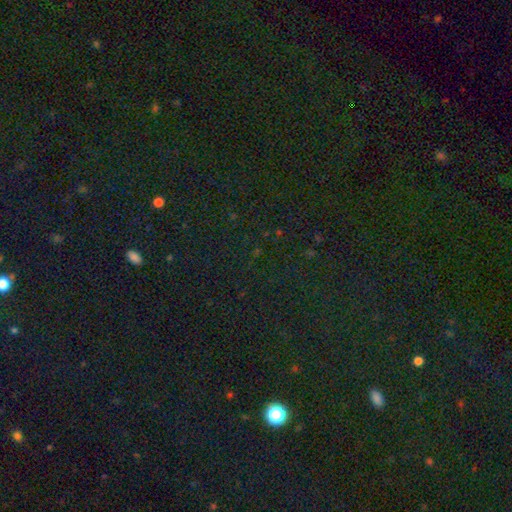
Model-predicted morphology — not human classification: Smooth or featured? Predicted: star or artifact (p=0.77).